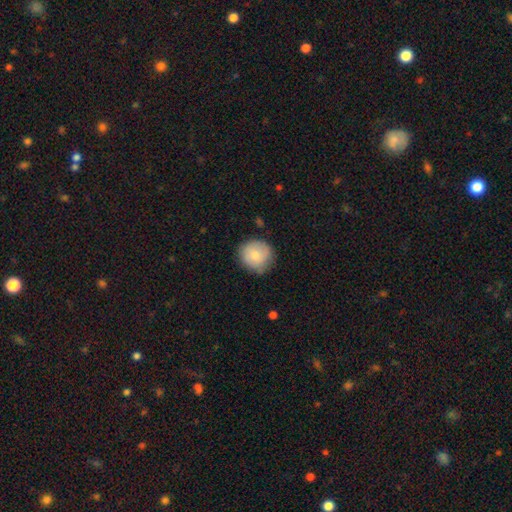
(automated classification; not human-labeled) A smooth galaxy with no disk features (79%) that is round (89%). Merging: none (77%).